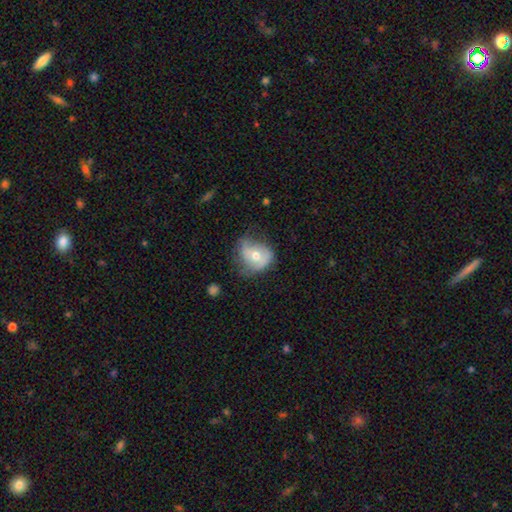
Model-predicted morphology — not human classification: Smooth or featured? Predicted: smooth (p=0.52). How rounded? Predicted: round (p=0.58). Merging? Predicted: none (p=0.41).